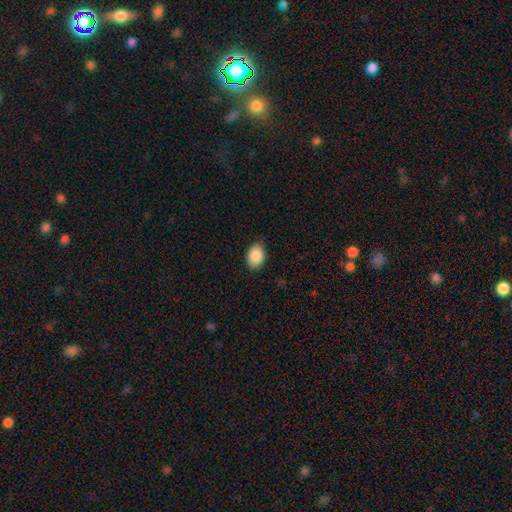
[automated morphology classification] smooth-or-featured: smooth: 89% | star or artifact: 7% | featured or disk: 4%
  how-rounded: in between: 83% | round: 16% | cigar-shaped: 1%
  merging: none: 85% | minor disturbance: 12% | major disturbance: 2% | merger: 1%